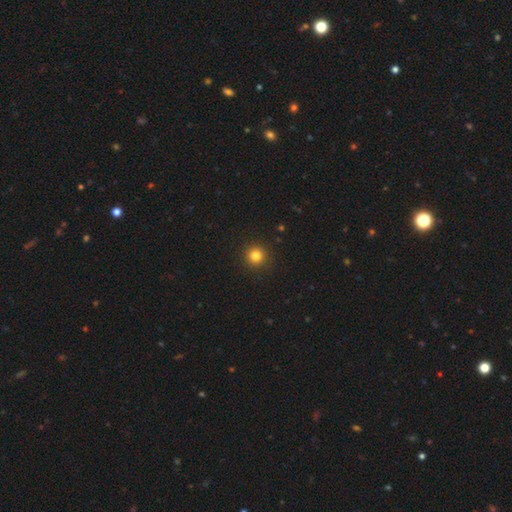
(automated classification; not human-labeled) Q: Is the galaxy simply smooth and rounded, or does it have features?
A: smooth — 82%.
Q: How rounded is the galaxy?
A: round — 96%.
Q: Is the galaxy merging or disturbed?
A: none — 93%.